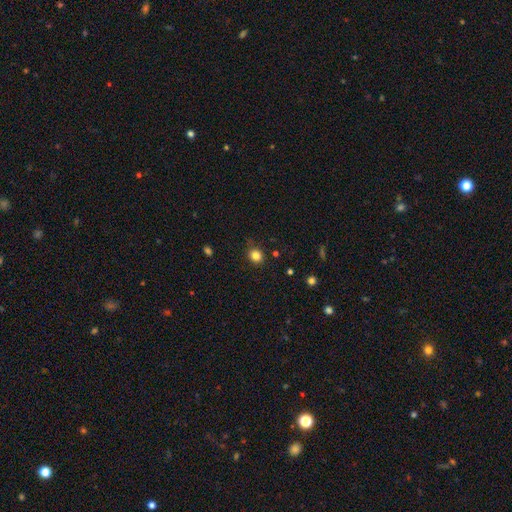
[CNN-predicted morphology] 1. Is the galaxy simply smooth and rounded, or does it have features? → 83% smooth, 12% star or artifact, 5% featured or disk.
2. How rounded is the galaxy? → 73% round, 26% in between, 1% cigar-shaped.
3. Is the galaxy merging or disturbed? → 83% none, 12% minor disturbance, 3% major disturbance, 2% merger.